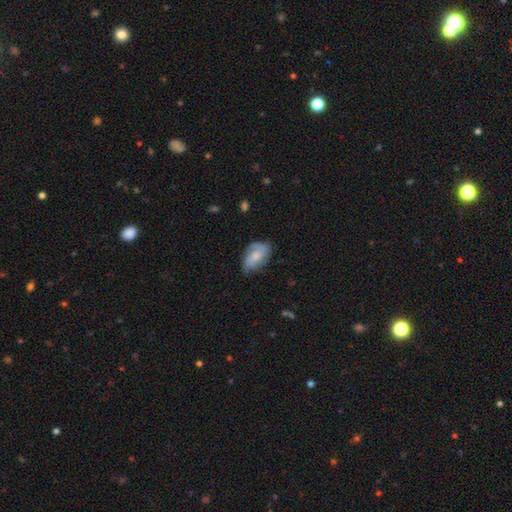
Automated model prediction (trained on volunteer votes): This appears to be a featured or disk galaxy (47%). Merging: none (61%).